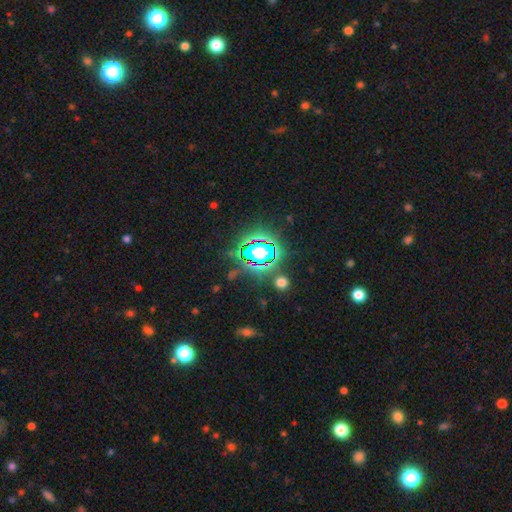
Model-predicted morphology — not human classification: Overall: star or artifact (73%).